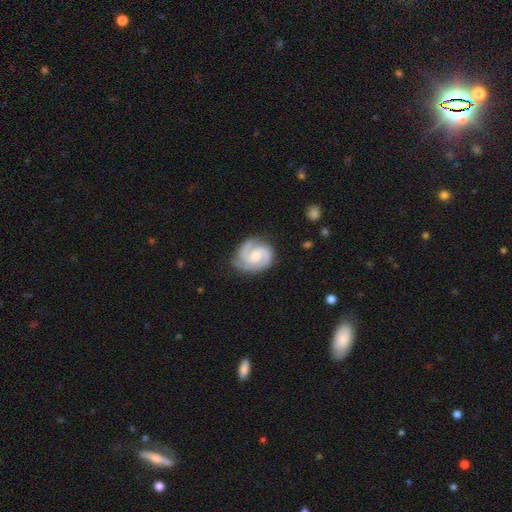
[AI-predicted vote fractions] Smooth or featured? Predicted: featured or disk (p=0.89). Edge-on disk? Predicted: no (p=0.98). Bar? Predicted: no (p=0.54). Spiral arms? Predicted: yes (p=0.98). Spiral winding? Predicted: tight (p=0.50). Spiral arm count? Predicted: 2 (p=0.69). Bulge size? Predicted: moderate (p=0.53). Merging? Predicted: none (p=0.76).